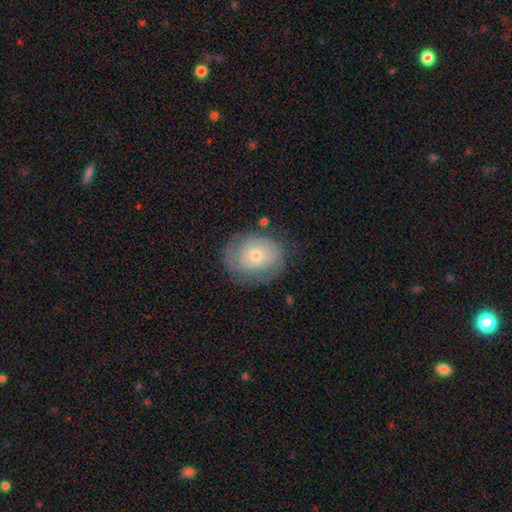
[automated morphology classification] A smooth galaxy with no disk features (47%).

Vote fractions:
- Smooth or featured? smooth: 47% / featured or disk: 44% / star or artifact: 8%
- Merging? none: 69% / minor disturbance: 20% / major disturbance: 9% / merger: 2%